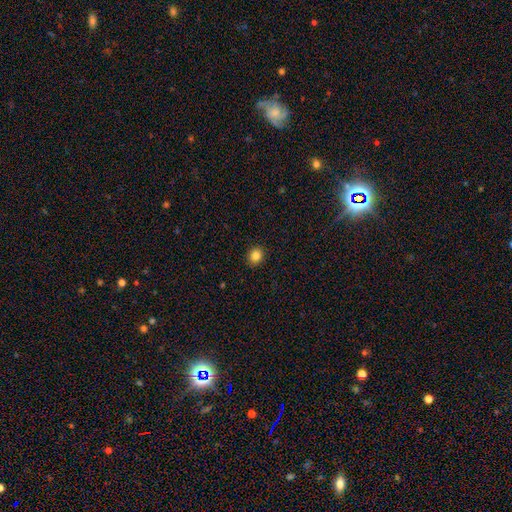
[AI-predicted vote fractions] smooth 84%, star or artifact 11%, featured or disk 5%. Down the decision tree: how rounded — round (74%); merging — none (91%).